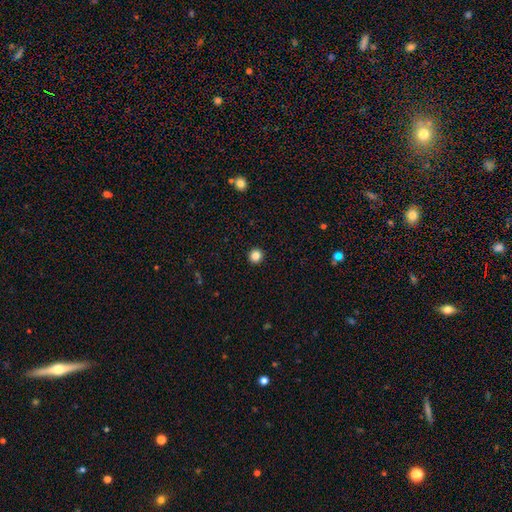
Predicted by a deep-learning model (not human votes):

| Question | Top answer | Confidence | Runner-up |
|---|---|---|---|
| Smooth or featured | smooth | 85% | star or artifact (11%) |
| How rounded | round | 93% | in between (6%) |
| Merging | none | 93% | minor disturbance (4%) |